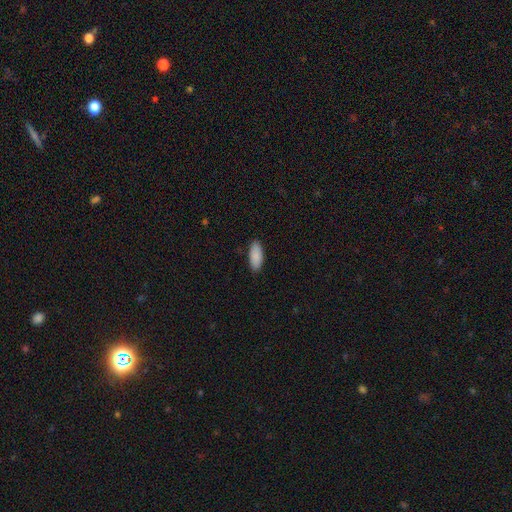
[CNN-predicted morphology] This appears to be a smooth galaxy with no disk features (90%) that is in between round and cigar-shaped (84%). Merging: none (89%).